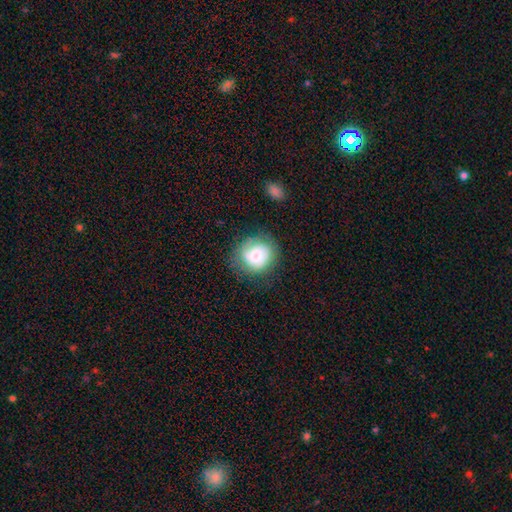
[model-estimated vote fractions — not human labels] smooth-or-featured: smooth: 63% | featured or disk: 29% | star or artifact: 8%
  how-rounded: round: 82% | in between: 17% | cigar-shaped: 1%
  merging: none: 72% | minor disturbance: 19% | major disturbance: 8% | merger: 2%